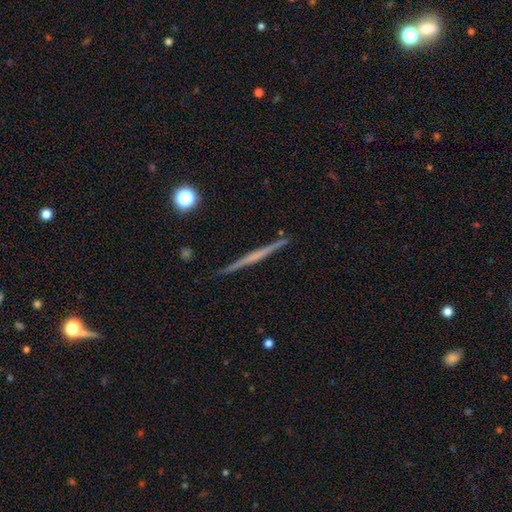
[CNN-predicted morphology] type=featured or disk (66%); edge-on=yes (98%); edge-on bulge=none (74%); merging=none (91%).